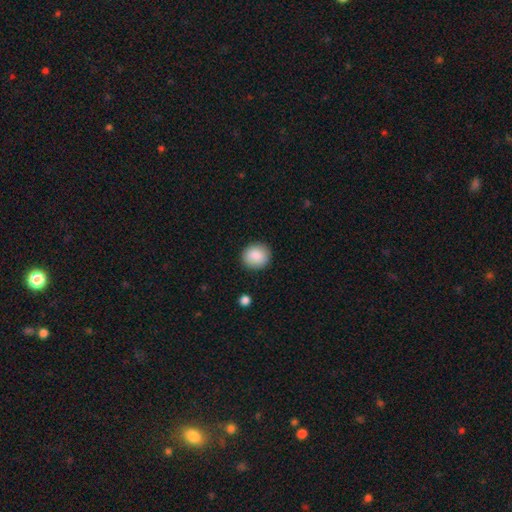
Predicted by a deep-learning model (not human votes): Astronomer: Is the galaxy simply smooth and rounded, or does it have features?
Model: smooth — 88%.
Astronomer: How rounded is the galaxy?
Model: round — 83%.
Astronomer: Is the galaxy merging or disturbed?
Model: none — 89%.